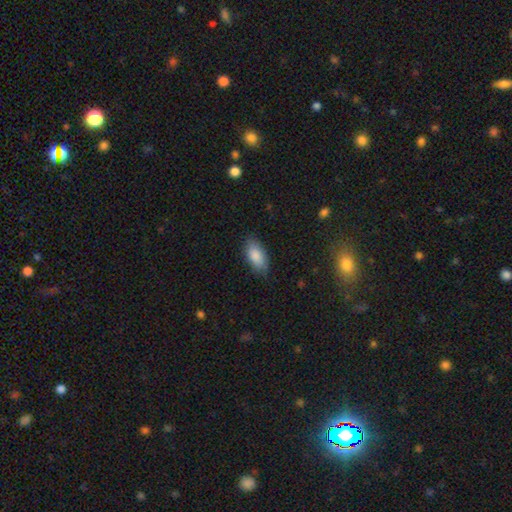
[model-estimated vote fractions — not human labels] This is clearly a smooth galaxy (86%). How rounded: clearly in between (91%). Merging: clearly none (80%).